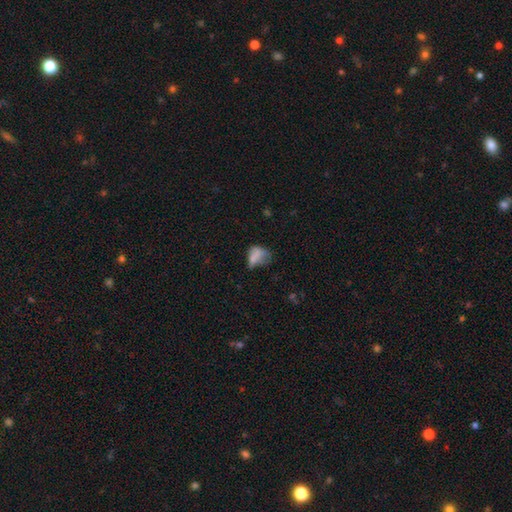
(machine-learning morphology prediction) Q: Smooth or featured?
A: smooth (66%); runner-up: featured or disk (21%)
Q: How rounded?
A: in between (76%); runner-up: round (20%)
Q: Merging?
A: major disturbance (36%); runner-up: minor disturbance (29%)